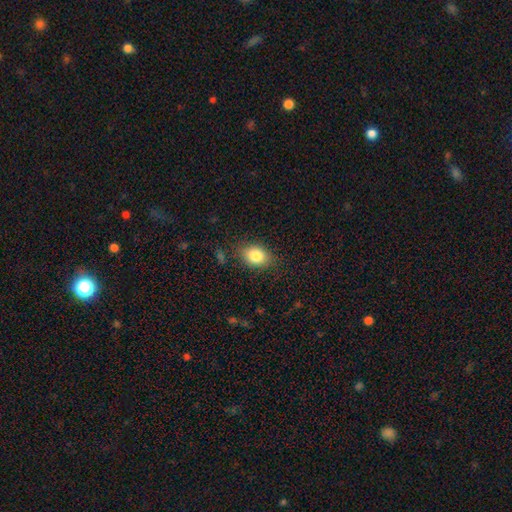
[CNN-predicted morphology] This is clearly a smooth galaxy (83%). How rounded: likely in between (73%). Merging: clearly none (81%).